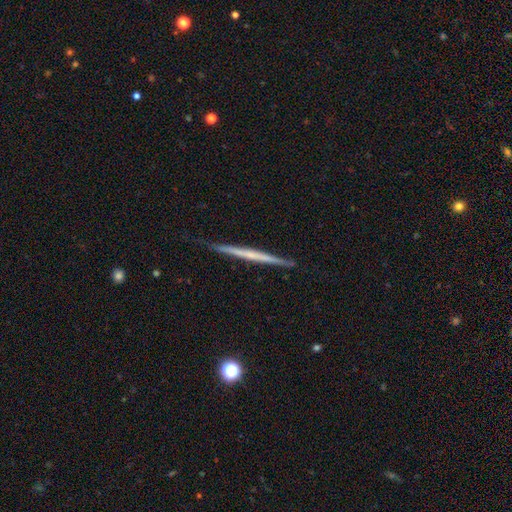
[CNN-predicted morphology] featured or disk 65%, smooth 29%, star or artifact 6%. Down the decision tree: edge-on disk — yes (98%); edge-on bulge — none (81%); merging — none (89%).